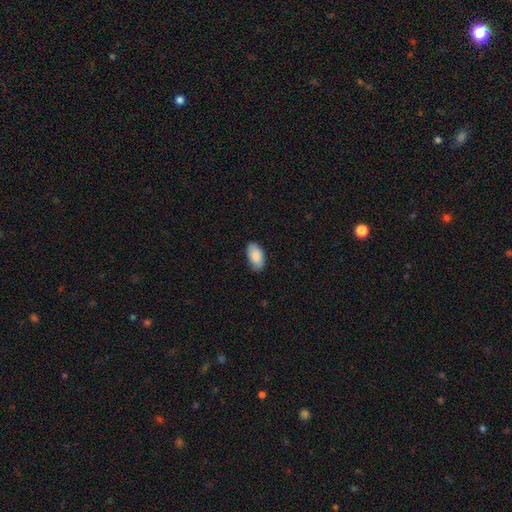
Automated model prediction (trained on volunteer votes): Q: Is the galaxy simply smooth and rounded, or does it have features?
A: smooth — 88%.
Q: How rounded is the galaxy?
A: in between — 95%.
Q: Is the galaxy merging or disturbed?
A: none — 83%.